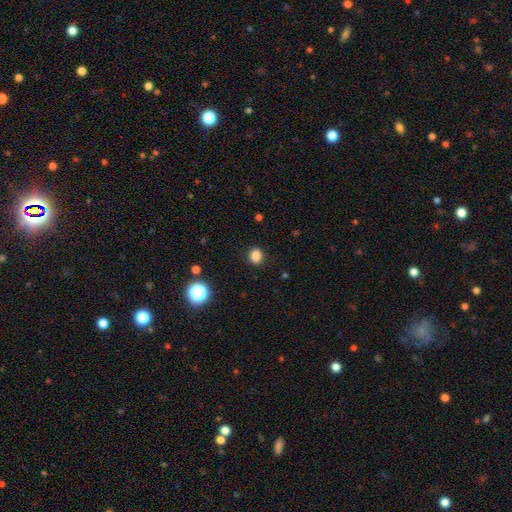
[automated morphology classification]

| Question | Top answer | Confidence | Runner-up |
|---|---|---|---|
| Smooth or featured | smooth | 84% | star or artifact (12%) |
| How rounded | round | 60% | in between (39%) |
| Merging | none | 88% | minor disturbance (8%) |